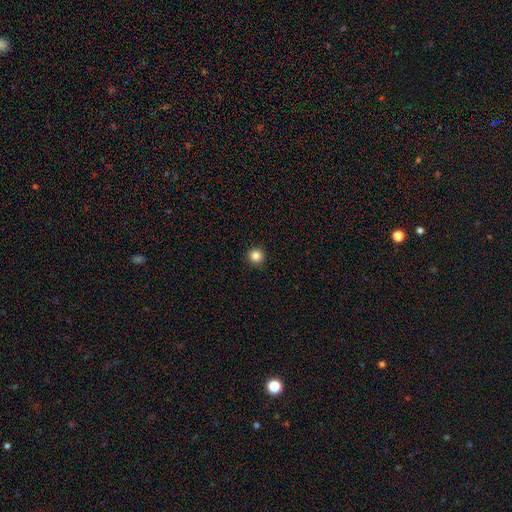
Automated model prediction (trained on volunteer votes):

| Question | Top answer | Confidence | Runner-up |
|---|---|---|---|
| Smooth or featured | smooth | 86% | star or artifact (11%) |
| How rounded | round | 96% | in between (4%) |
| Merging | none | 93% | minor disturbance (5%) |